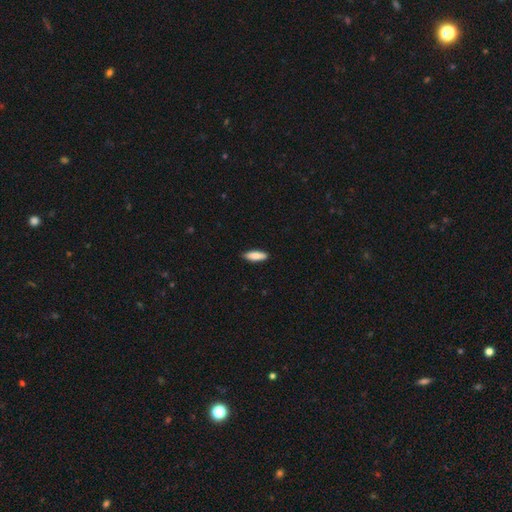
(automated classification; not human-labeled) This appears to be a smooth galaxy with no disk features (83%) that is in between round and cigar-shaped (50%). Merging: none (89%).